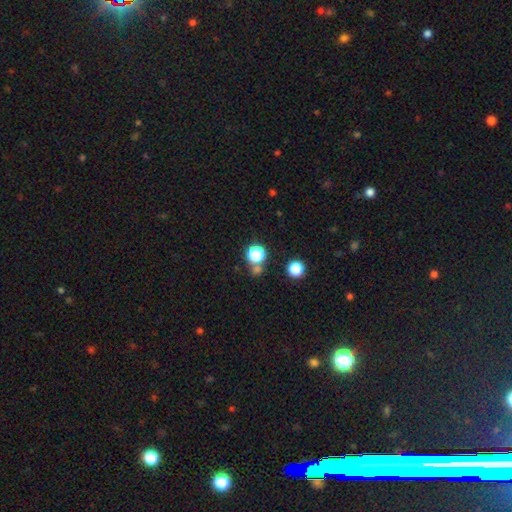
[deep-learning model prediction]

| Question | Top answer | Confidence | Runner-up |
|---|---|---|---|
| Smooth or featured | smooth | 49% | star or artifact (45%) |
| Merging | none | 74% | merger (14%) |